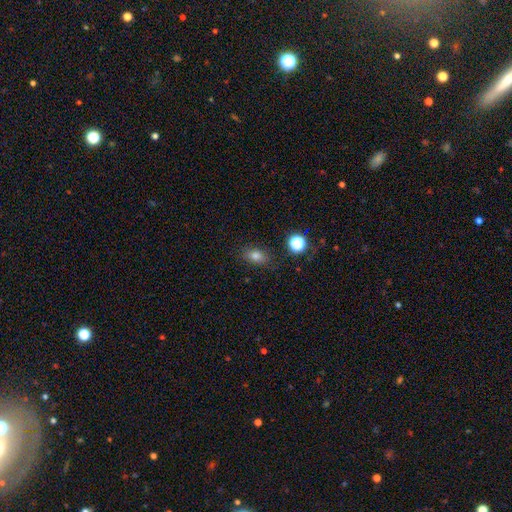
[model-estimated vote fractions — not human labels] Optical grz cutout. It shows a smooth galaxy with no disk features (77%) that is in between round and cigar-shaped (79%). Merging: none (84%).